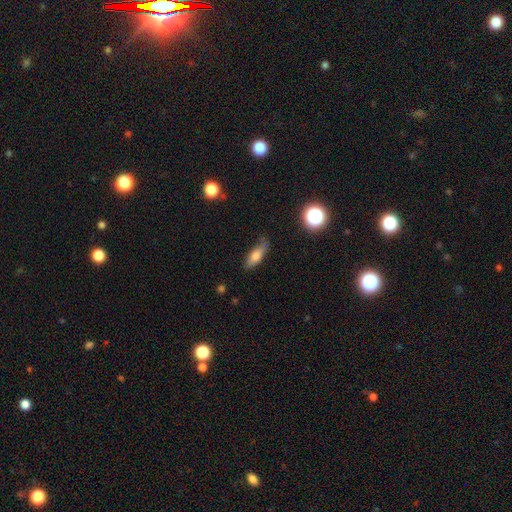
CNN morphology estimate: Q: Smooth or featured?
A: smooth (70%); runner-up: featured or disk (21%)
Q: How rounded?
A: in between (60%); runner-up: cigar-shaped (36%)
Q: Merging?
A: none (66%); runner-up: minor disturbance (26%)